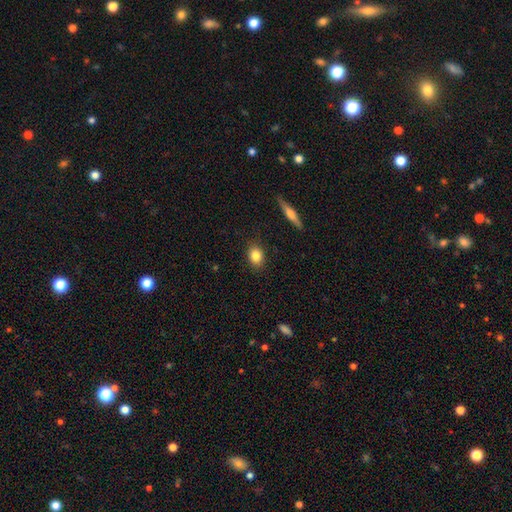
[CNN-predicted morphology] A smooth galaxy with no disk features (82%) that is in between round and cigar-shaped (61%). Merging: none (88%).